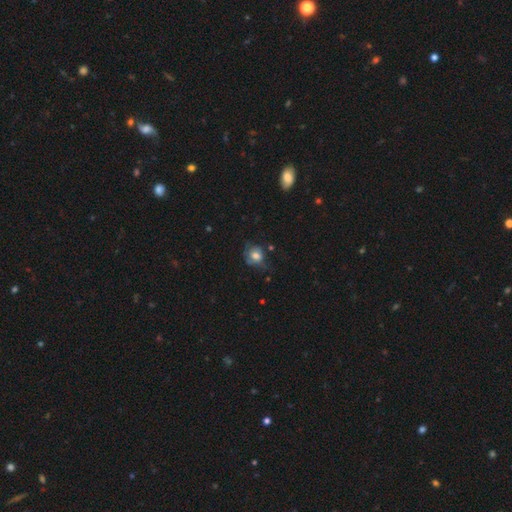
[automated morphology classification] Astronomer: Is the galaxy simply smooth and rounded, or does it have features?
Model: smooth — 63%.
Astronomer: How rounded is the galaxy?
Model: round — 67%.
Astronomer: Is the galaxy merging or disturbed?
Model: none — 47% (runner-up: minor disturbance, 31%).